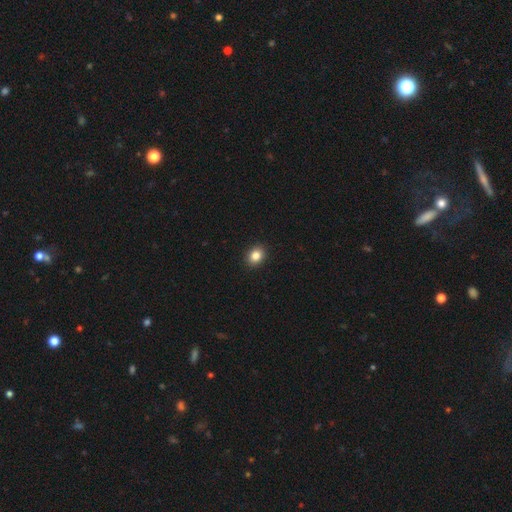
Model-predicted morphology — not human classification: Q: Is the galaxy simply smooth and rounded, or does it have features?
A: smooth — 85%.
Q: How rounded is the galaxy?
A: round — 54%.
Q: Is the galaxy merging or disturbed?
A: none — 92%.